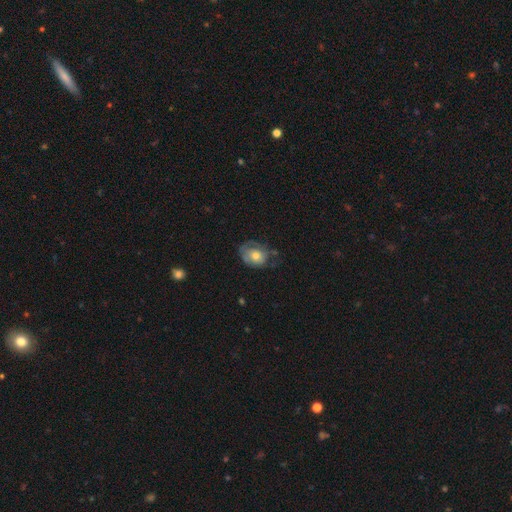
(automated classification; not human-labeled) This is possibly a smooth galaxy (51%). How rounded: possibly in between (59%). Merging: marginally none (45%).